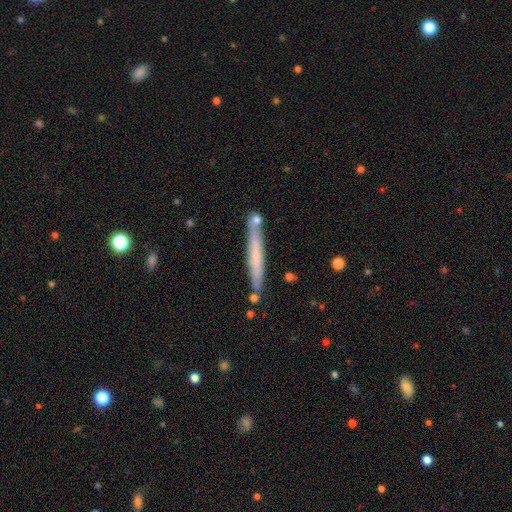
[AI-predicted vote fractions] Smooth or featured?
  - smooth: 56% *
  - featured or disk: 37%
  - star or artifact: 7%
How rounded?
  - cigar-shaped: 96% *
  - in between: 3%
  - round: 1%
Merging?
  - none: 80% *
  - minor disturbance: 12%
  - merger: 6%
  - major disturbance: 2%